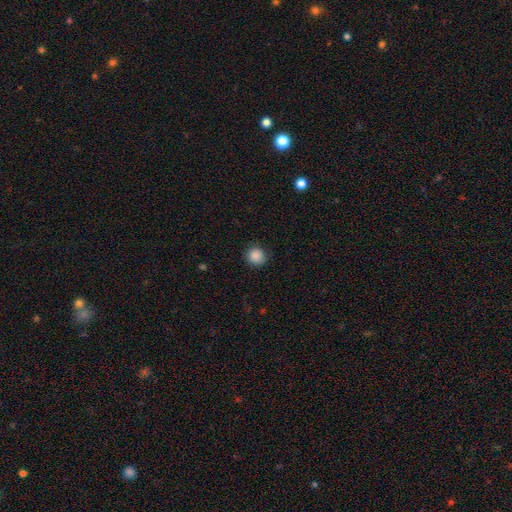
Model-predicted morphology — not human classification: This is clearly a smooth galaxy (87%). How rounded: clearly round (92%). Merging: clearly none (87%).